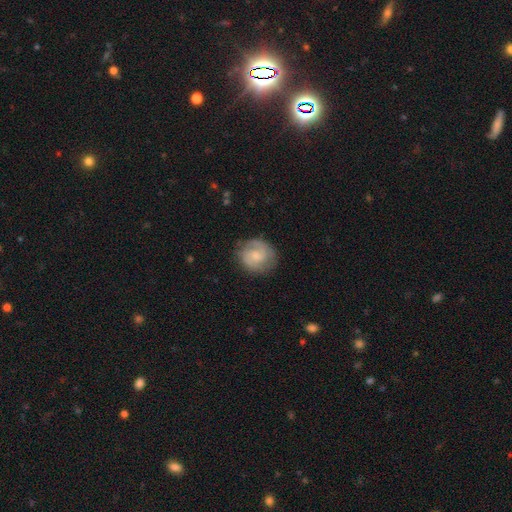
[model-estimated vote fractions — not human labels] smooth_or_featured: featured or disk (p=0.65) [alt: smooth p=0.29]
disk_edge_on: no (p=0.98) [alt: yes p=0.02]
bar: no (p=0.54) [alt: weak p=0.40]
has_spiral_arms: yes (p=0.92) [alt: no p=0.08]
spiral_winding: tight (p=0.45) [alt: medium p=0.42]
spiral_arm_count: 2 (p=0.75) [alt: can't tell p=0.12]
bulge_size: small (p=0.48) [alt: moderate p=0.34]
merging: none (p=0.79) [alt: minor disturbance p=0.15]